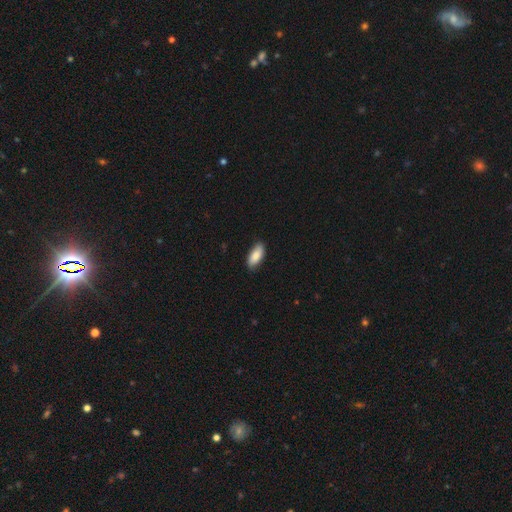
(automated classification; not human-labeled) This is clearly a smooth galaxy (86%). How rounded: clearly in between (87%). Merging: clearly none (82%).